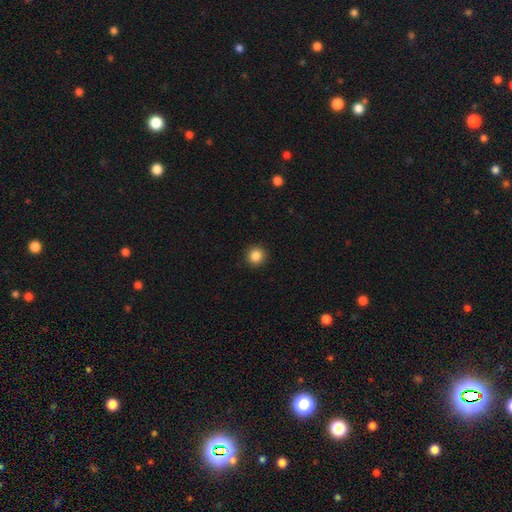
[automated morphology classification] Smooth or featured? smooth (86%)
How rounded? round (94%)
Merging? none (93%)